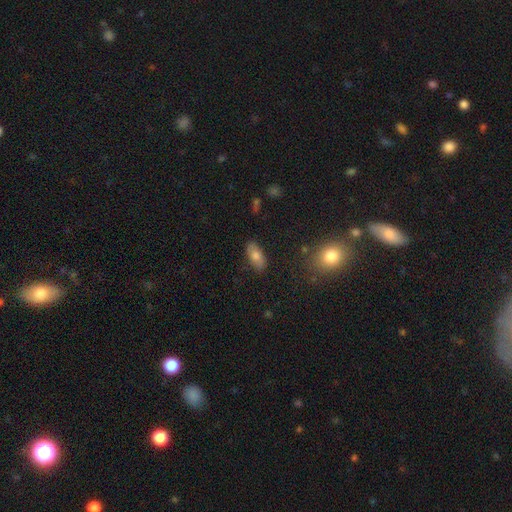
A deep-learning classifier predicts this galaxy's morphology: Smooth or featured? smooth (75%)
How rounded? in between (86%)
Merging? none (85%)